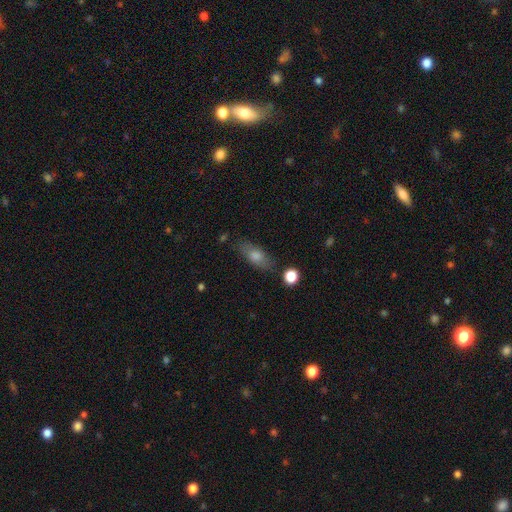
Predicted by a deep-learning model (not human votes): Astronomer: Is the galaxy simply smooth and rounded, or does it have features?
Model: smooth — 73%.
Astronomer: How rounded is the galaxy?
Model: in between — 73%.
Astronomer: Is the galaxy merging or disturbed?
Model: none — 76%.